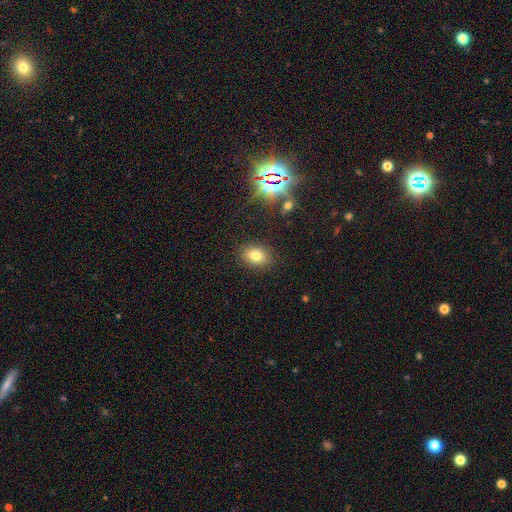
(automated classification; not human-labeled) A smooth galaxy with no disk features (77%) that is in between round and cigar-shaped (71%).

Vote fractions:
- Smooth or featured? smooth: 77% / star or artifact: 14% / featured or disk: 9%
- How rounded? in between: 71% / round: 28% / cigar-shaped: 1%
- Merging? none: 86% / minor disturbance: 9% / major disturbance: 3% / merger: 2%